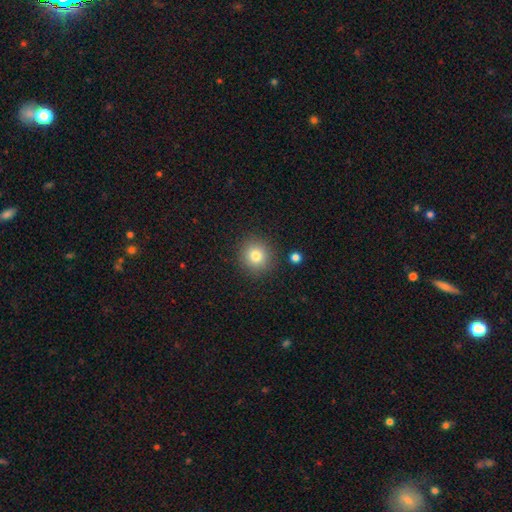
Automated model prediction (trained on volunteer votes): A smooth galaxy with no disk features (80%) that is round (91%). Merging: none (88%).